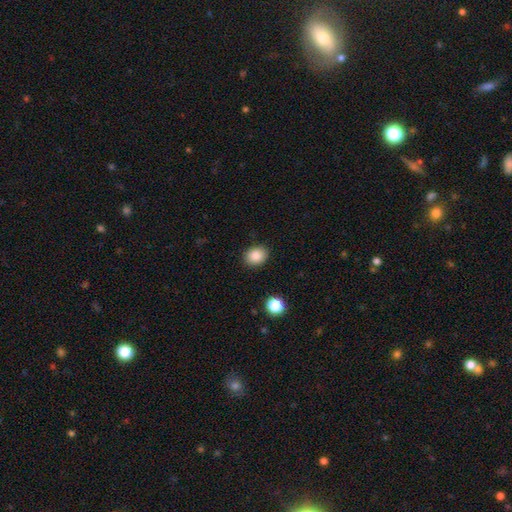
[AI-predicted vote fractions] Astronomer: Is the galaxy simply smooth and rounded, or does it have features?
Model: smooth — 86%.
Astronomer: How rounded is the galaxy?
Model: round — 51% (runner-up: in between, 48%).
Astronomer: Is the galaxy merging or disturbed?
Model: none — 88%.